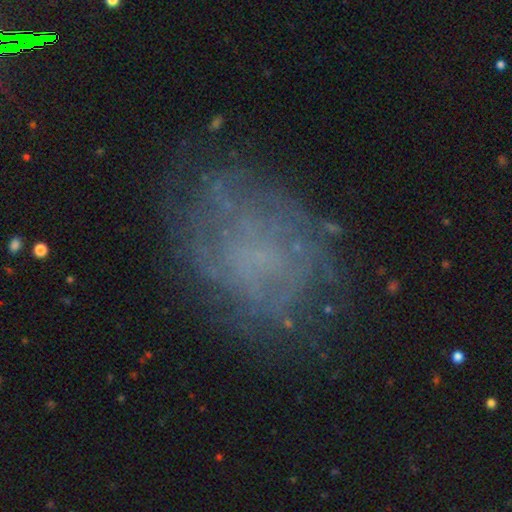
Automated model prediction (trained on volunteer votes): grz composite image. It shows a featured or disk galaxy (48%). Merging: none (68%).